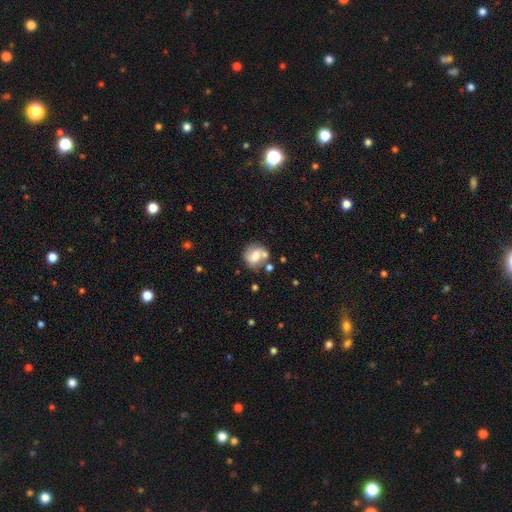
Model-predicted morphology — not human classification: type=smooth (54%); roundness=round (74%); merging=none (56%).